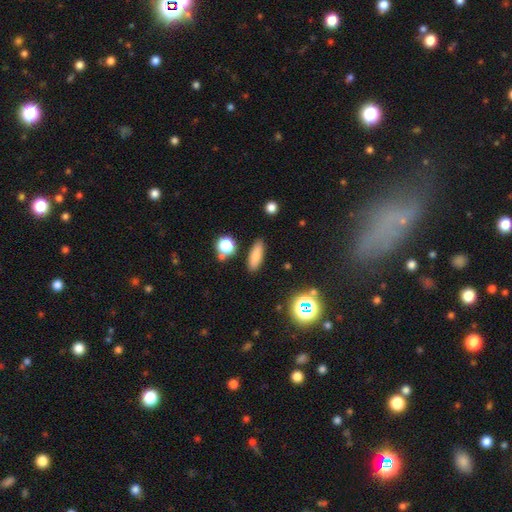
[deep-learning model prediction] Smooth or featured? smooth (80%)
How rounded? in between (51%)
Merging? none (86%)